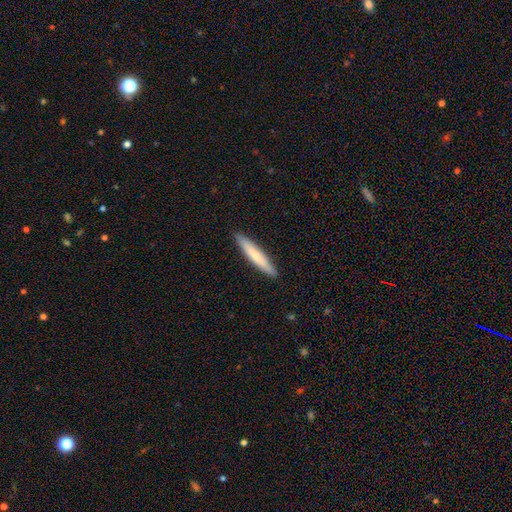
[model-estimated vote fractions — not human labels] Smooth or featured?
  - smooth: 71% *
  - featured or disk: 24%
  - star or artifact: 5%
How rounded?
  - cigar-shaped: 94% *
  - in between: 5%
  - round: 1%
Merging?
  - none: 91% *
  - minor disturbance: 7%
  - major disturbance: 1%
  - merger: 1%